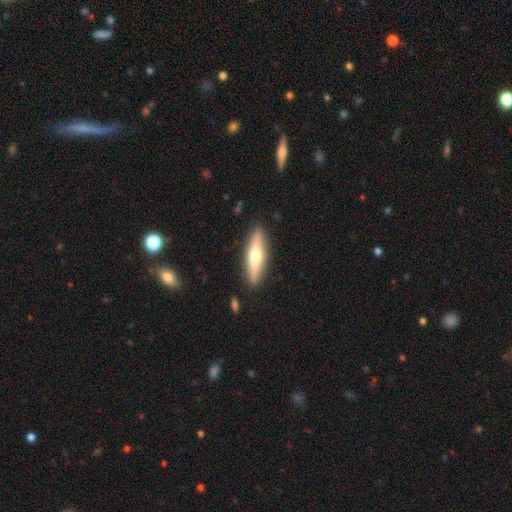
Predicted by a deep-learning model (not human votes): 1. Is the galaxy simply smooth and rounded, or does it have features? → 54% smooth, 40% featured or disk, 6% star or artifact.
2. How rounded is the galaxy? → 71% cigar-shaped, 28% in between, 2% round.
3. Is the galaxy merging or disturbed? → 88% none, 8% minor disturbance, 2% major disturbance, 2% merger.